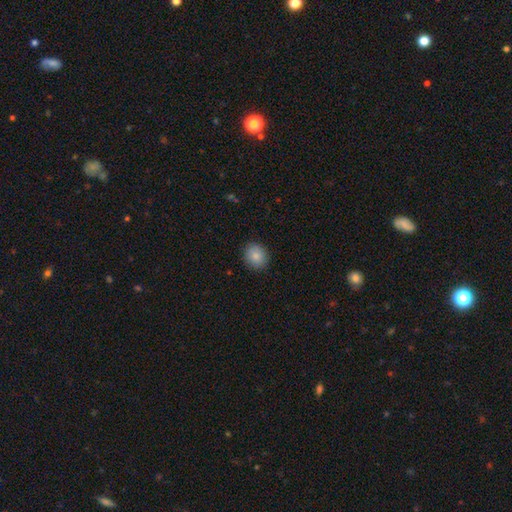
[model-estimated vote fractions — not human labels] A smooth galaxy with no disk features (86%) that is round (68%).

Vote fractions:
- Smooth or featured? smooth: 86% / star or artifact: 8% / featured or disk: 6%
- How rounded? round: 68% / in between: 31% / cigar-shaped: 1%
- Merging? none: 89% / minor disturbance: 8% / major disturbance: 2% / merger: 1%